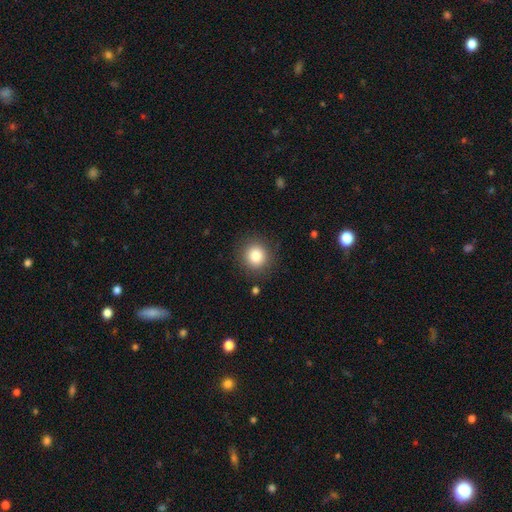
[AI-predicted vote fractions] Smooth or featured?
  - smooth: 83% *
  - star or artifact: 10%
  - featured or disk: 6%
How rounded?
  - round: 90% *
  - in between: 9%
  - cigar-shaped: 1%
Merging?
  - none: 88% *
  - minor disturbance: 8%
  - major disturbance: 3%
  - merger: 1%